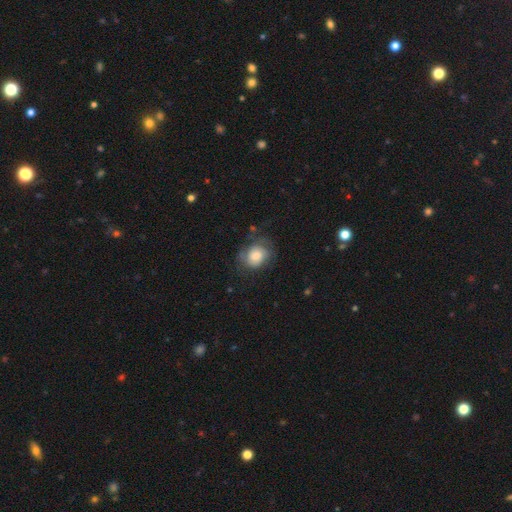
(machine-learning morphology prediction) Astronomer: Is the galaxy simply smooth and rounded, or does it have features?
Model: smooth — 57% (runner-up: featured or disk, 35%).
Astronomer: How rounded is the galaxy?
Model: round — 61% (runner-up: in between, 38%).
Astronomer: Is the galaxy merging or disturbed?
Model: none — 58%.